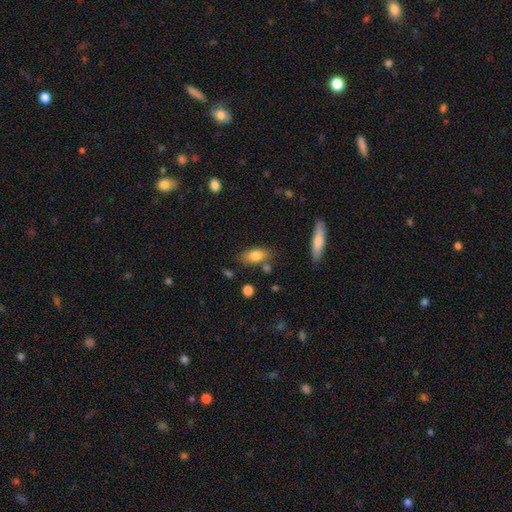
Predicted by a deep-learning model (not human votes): The model was most divided on "merging": none: 72%, minor disturbance: 16%, merger: 8%, major disturbance: 4%. More confident: how rounded — in between (84%); smooth or featured — smooth (80%).